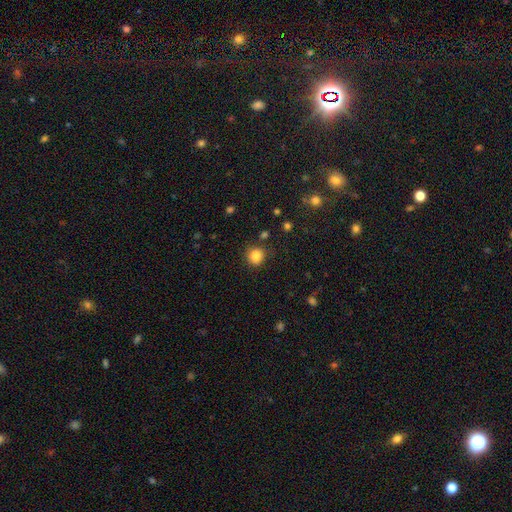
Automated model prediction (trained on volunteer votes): Smooth or featured: smooth — 84% (star or artifact — 11%)
How rounded: round — 90% (in between — 9%)
Merging: none — 84% (minor disturbance — 10%)